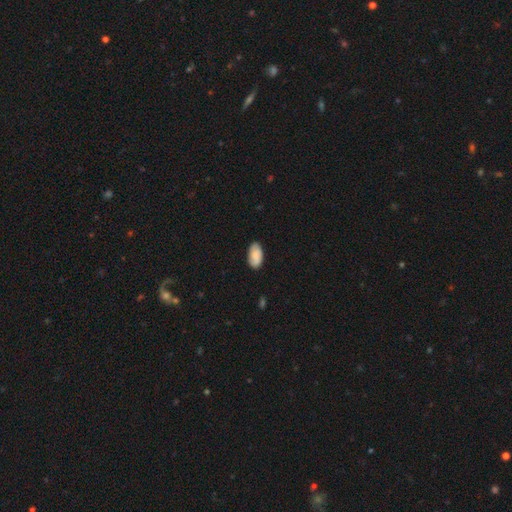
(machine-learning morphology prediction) The model was most divided on "smooth or featured": smooth: 75%, featured or disk: 18%, star or artifact: 7%. More confident: how rounded — in between (95%); merging — none (82%).